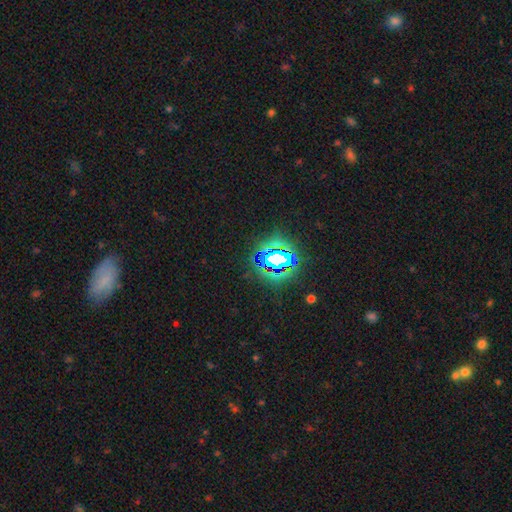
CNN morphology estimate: smooth-or-featured: star or artifact: 76% | smooth: 17% | featured or disk: 7%